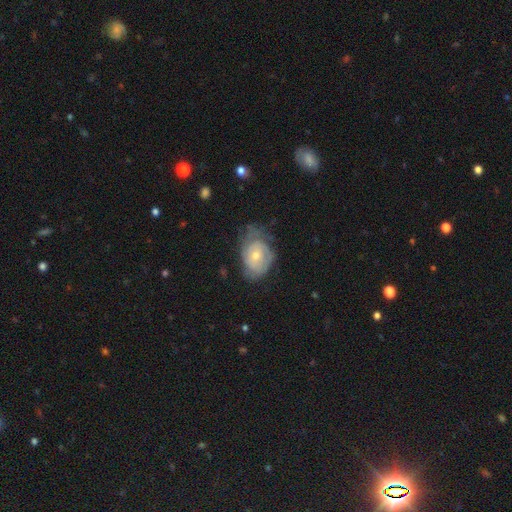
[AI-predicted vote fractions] Q: Smooth or featured?
A: featured or disk (67%); runner-up: smooth (27%)
Q: Edge-on disk?
A: no (96%); runner-up: yes (4%)
Q: Bar?
A: no (74%); runner-up: weak (22%)
Q: Spiral arms?
A: yes (82%); runner-up: no (18%)
Q: Spiral winding?
A: tight (63%); runner-up: medium (27%)
Q: Spiral arm count?
A: can't tell (45%); runner-up: 2 (31%)
Q: Bulge size?
A: small (49%); runner-up: moderate (47%)
Q: Merging?
A: none (49%); runner-up: minor disturbance (32%)